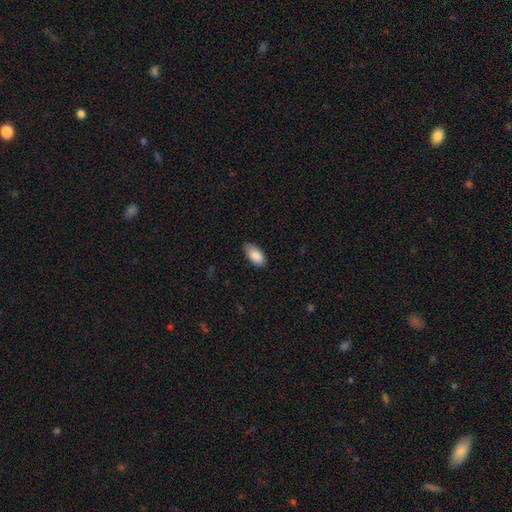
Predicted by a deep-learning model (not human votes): Smooth or featured?
  - smooth: 88% *
  - star or artifact: 6%
  - featured or disk: 6%
How rounded?
  - in between: 93% *
  - cigar-shaped: 4%
  - round: 2%
Merging?
  - none: 79% *
  - minor disturbance: 18%
  - major disturbance: 2%
  - merger: 1%